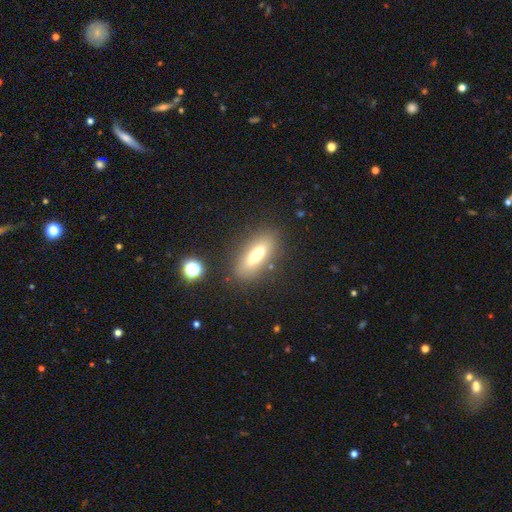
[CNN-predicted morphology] The model was most divided on "smooth or featured": smooth: 62%, featured or disk: 27%, star or artifact: 11%. More confident: merging — none (77%); how rounded — in between (66%).